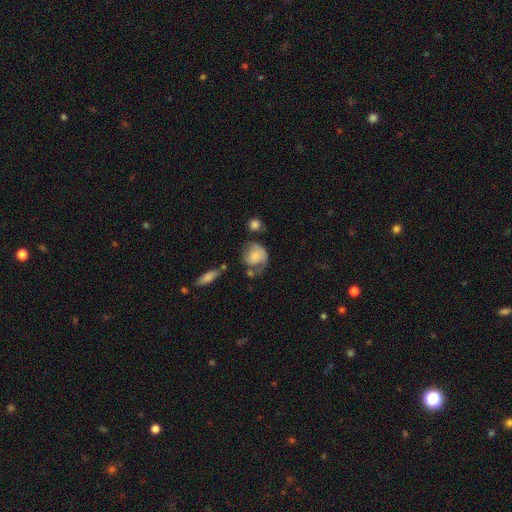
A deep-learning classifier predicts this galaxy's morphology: This is possibly a smooth galaxy (57%). How rounded: likely round (66%). Merging: marginally none (33%).